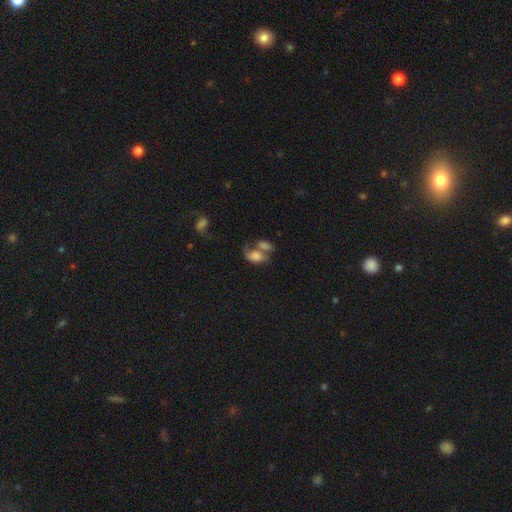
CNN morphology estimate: type=smooth (64%); roundness=in between (84%); merging=merger (54%).